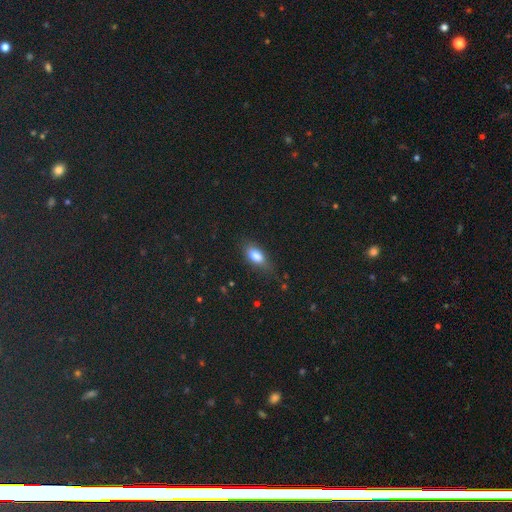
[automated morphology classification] This appears to be a smooth galaxy with no disk features (78%) that is in between round and cigar-shaped (82%). Merging: none (70%).